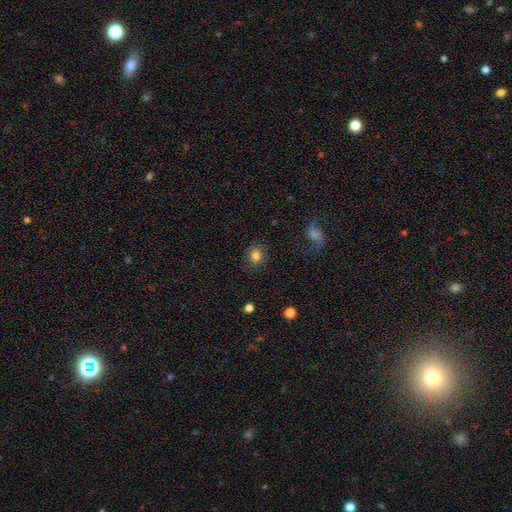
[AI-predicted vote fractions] Smooth or featured?
  - smooth: 80% *
  - star or artifact: 11%
  - featured or disk: 9%
How rounded?
  - round: 70% *
  - in between: 29%
  - cigar-shaped: 1%
Merging?
  - none: 83% *
  - minor disturbance: 11%
  - major disturbance: 4%
  - merger: 1%